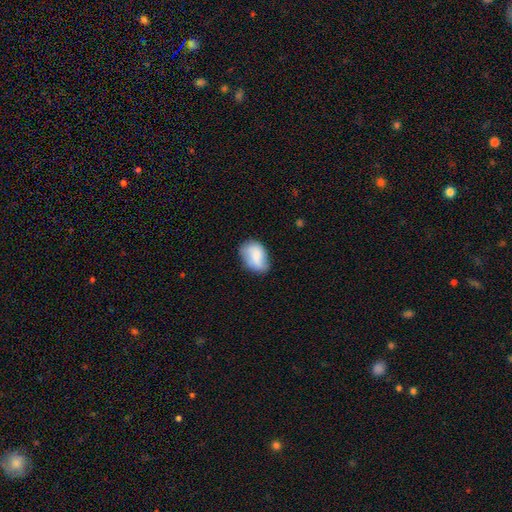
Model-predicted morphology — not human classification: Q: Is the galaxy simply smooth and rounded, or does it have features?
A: smooth — 79%.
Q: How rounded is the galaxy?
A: in between — 84%.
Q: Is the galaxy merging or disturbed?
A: none — 61%.